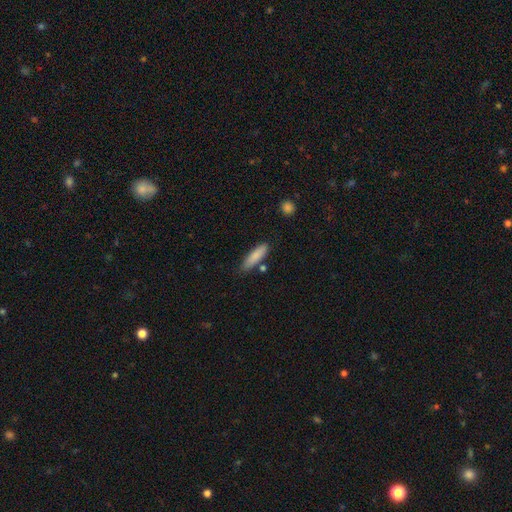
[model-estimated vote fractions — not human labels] Smooth or featured? smooth (84%)
How rounded? cigar-shaped (68%)
Merging? none (78%)